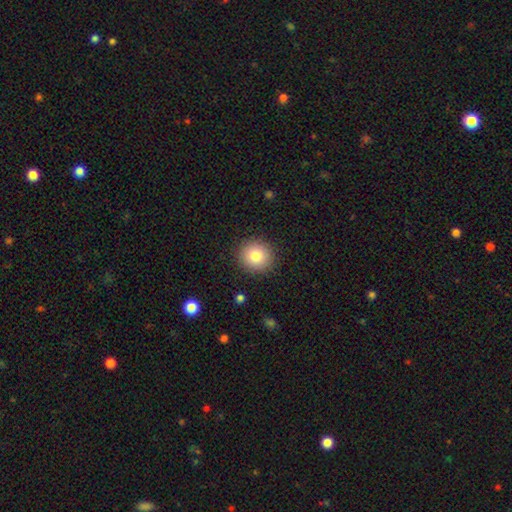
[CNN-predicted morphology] This is clearly a smooth galaxy (83%). How rounded: clearly round (90%). Merging: clearly none (90%).